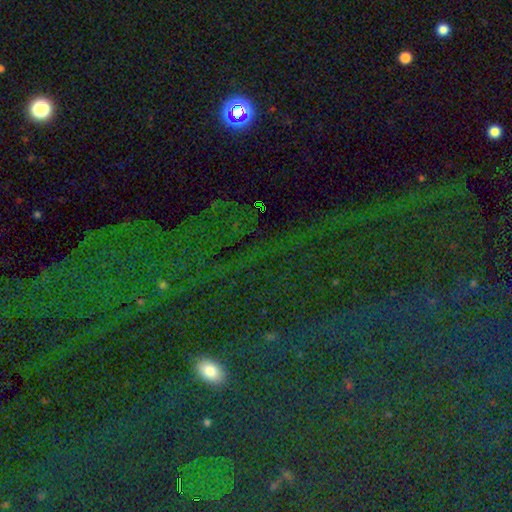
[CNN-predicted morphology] smooth-or-featured: star or artifact: 77% | smooth: 14% | featured or disk: 10%